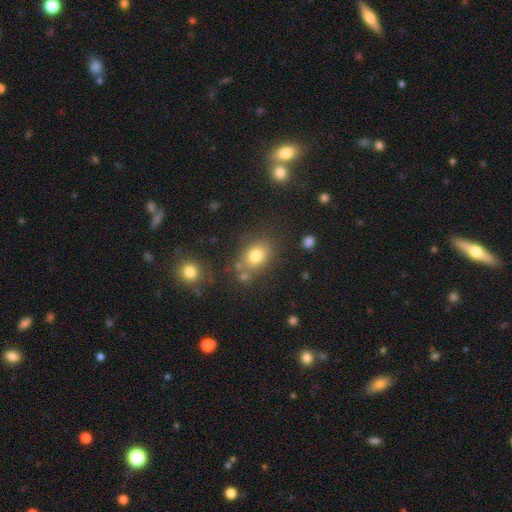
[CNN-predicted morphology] Smooth or featured?
  - smooth: 78% *
  - star or artifact: 12%
  - featured or disk: 10%
How rounded?
  - in between: 61% *
  - round: 38%
  - cigar-shaped: 1%
Merging?
  - none: 68% *
  - minor disturbance: 15%
  - merger: 11%
  - major disturbance: 6%